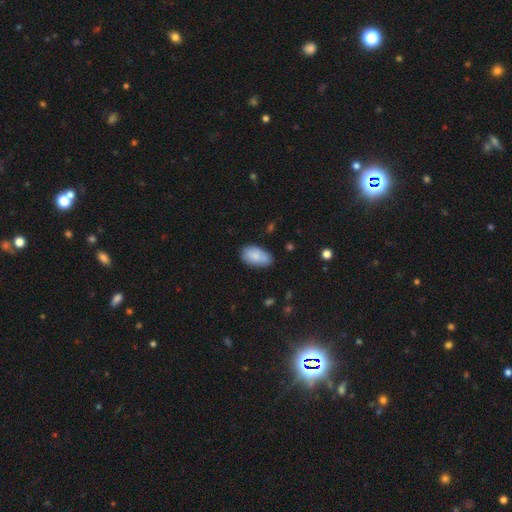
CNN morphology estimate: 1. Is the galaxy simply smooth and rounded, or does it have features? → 83% smooth, 10% featured or disk, 7% star or artifact.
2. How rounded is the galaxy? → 94% in between, 4% round, 2% cigar-shaped.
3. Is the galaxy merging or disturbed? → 68% none, 24% minor disturbance, 5% major disturbance, 3% merger.